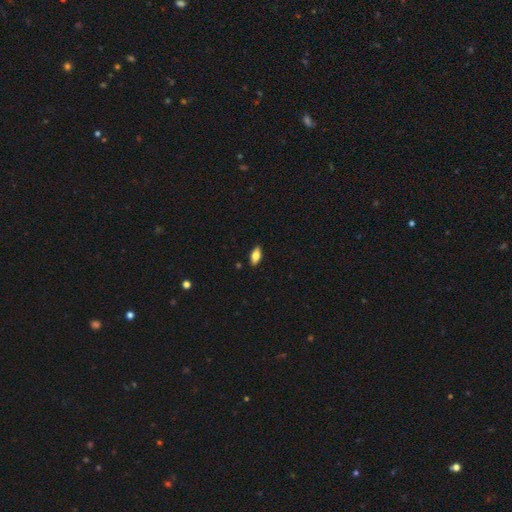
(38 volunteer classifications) This appears to be a smooth galaxy with no disk features (76%) that is in between round and cigar-shaped (83%). Merging: none (89%).